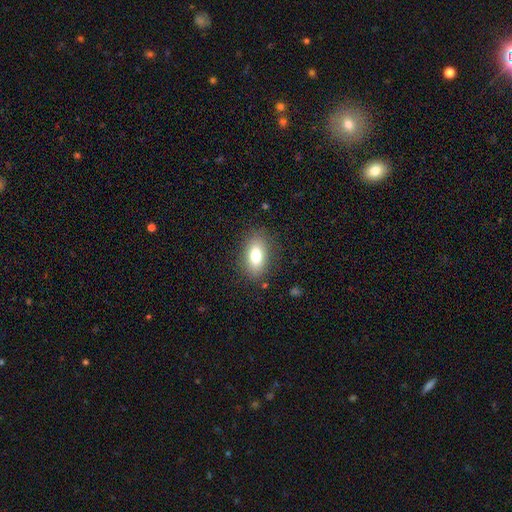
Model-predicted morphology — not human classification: Smooth or featured? Predicted: smooth (p=0.76). How rounded? Predicted: in between (p=0.86). Merging? Predicted: none (p=0.85).